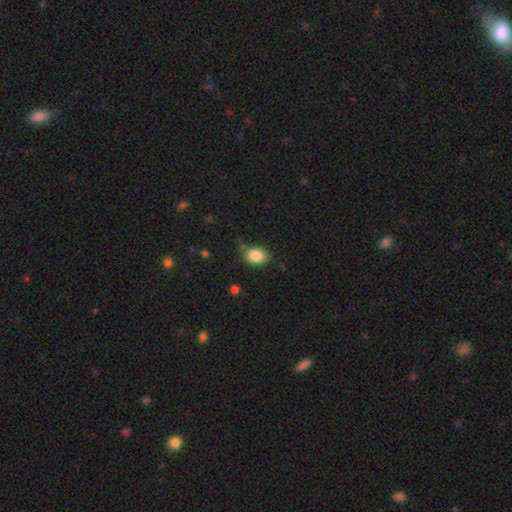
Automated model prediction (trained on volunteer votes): smooth_or_featured: smooth (p=0.86) [alt: star or artifact p=0.08]
how_rounded: in between (p=0.74) [alt: round p=0.25]
merging: none (p=0.75) [alt: minor disturbance p=0.16]